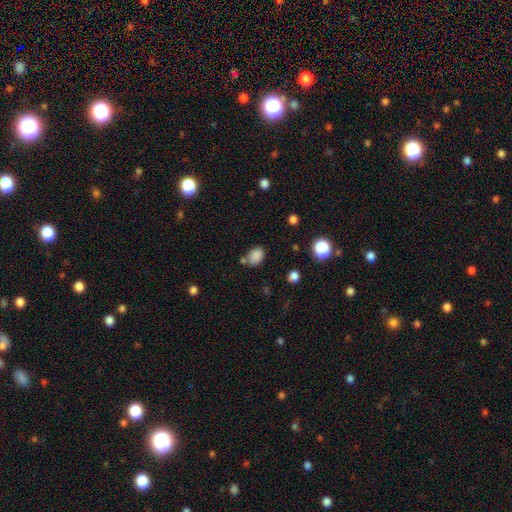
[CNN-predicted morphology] This appears to be a smooth galaxy with no disk features (84%) that is in between round and cigar-shaped (61%). Merging: none (64%).